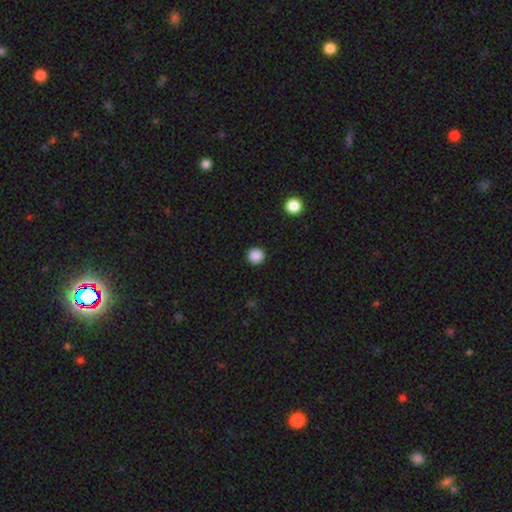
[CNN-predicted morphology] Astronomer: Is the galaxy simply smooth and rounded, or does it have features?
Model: smooth — 87%.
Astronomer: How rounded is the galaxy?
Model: round — 94%.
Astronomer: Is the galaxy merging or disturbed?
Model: none — 93%.